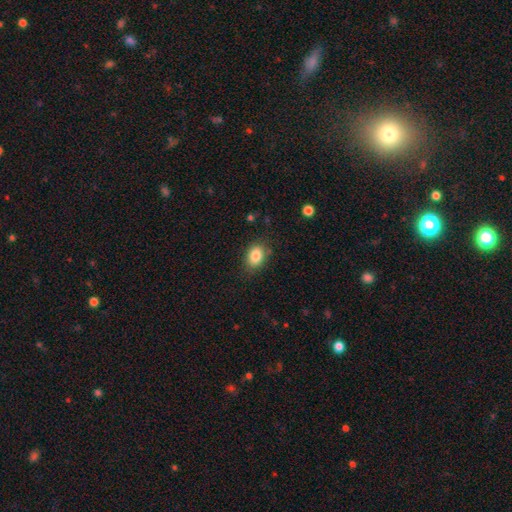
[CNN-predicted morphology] This is clearly a smooth galaxy (85%). How rounded: likely in between (76%). Merging: clearly none (81%).